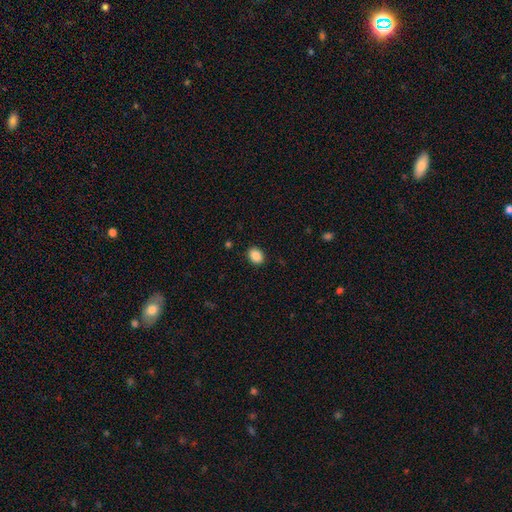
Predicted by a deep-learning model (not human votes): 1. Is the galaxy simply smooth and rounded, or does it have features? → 89% smooth, 8% star or artifact, 3% featured or disk.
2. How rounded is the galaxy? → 66% in between, 33% round, 1% cigar-shaped.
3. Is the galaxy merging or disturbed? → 90% none, 7% minor disturbance, 2% major disturbance, 1% merger.